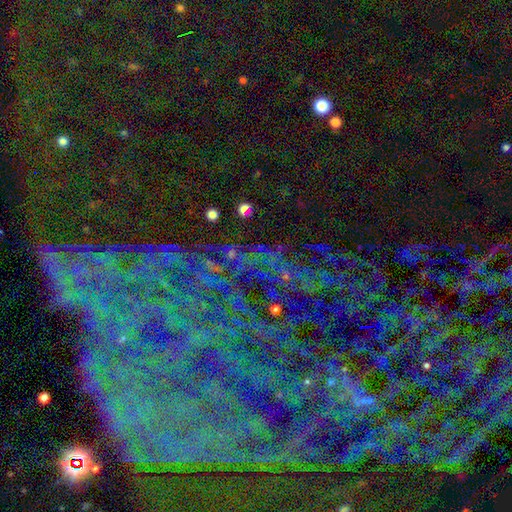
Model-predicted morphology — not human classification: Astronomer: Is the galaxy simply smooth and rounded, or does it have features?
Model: star or artifact — 73%.